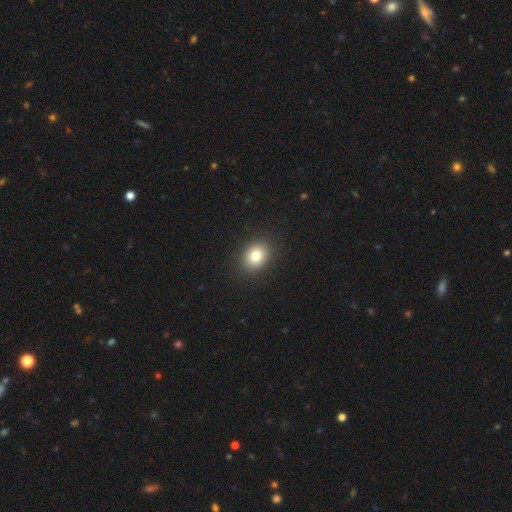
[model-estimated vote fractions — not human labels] Smooth or featured: smooth — 80% (star or artifact — 11%)
How rounded: round — 51% (in between — 48%)
Merging: none — 90% (minor disturbance — 7%)